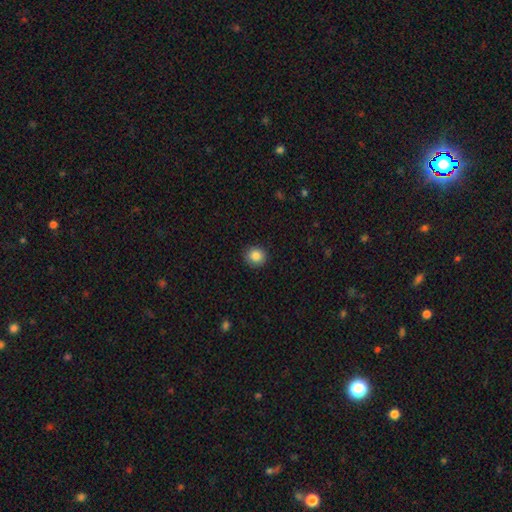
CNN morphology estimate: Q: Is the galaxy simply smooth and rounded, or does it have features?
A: smooth — 86%.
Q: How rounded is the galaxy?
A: round — 88%.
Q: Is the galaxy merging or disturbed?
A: none — 90%.